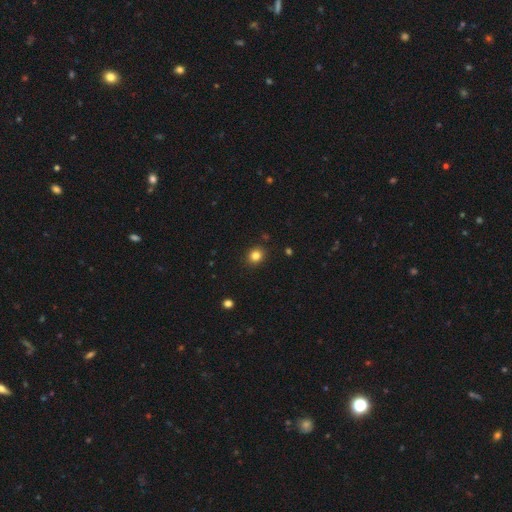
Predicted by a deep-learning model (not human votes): smooth-or-featured: smooth: 82% | star or artifact: 13% | featured or disk: 5%
  how-rounded: round: 80% | in between: 19% | cigar-shaped: 1%
  merging: none: 90% | minor disturbance: 7% | major disturbance: 2% | merger: 1%